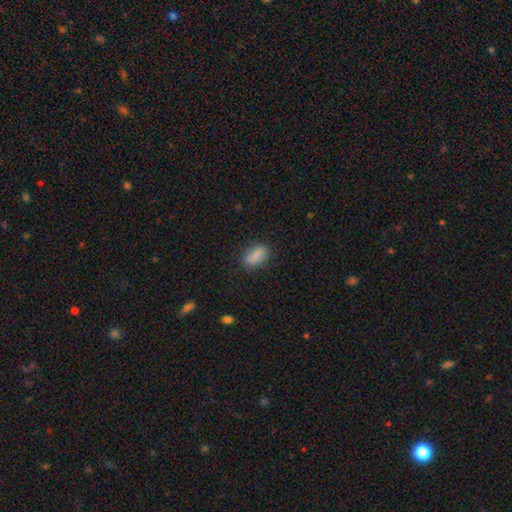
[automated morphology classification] smooth 86%, star or artifact 8%, featured or disk 6%. Down the decision tree: how rounded — in between (86%); merging — none (82%).